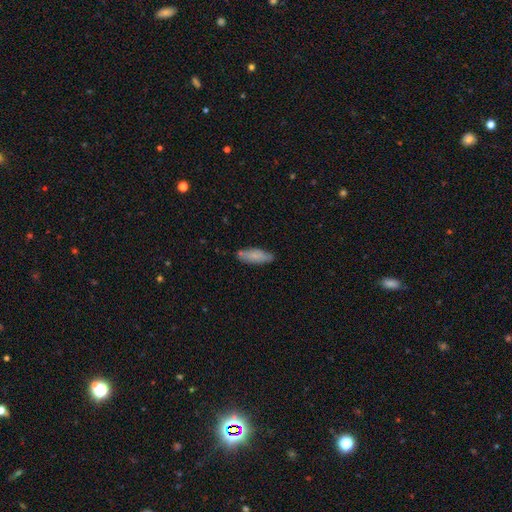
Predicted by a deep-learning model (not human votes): A smooth galaxy with no disk features (79%) that is in between round and cigar-shaped (58%).

Vote fractions:
- Smooth or featured? smooth: 79% / featured or disk: 15% / star or artifact: 6%
- How rounded? in between: 58% / cigar-shaped: 40% / round: 2%
- Merging? none: 77% / minor disturbance: 17% / merger: 4% / major disturbance: 3%